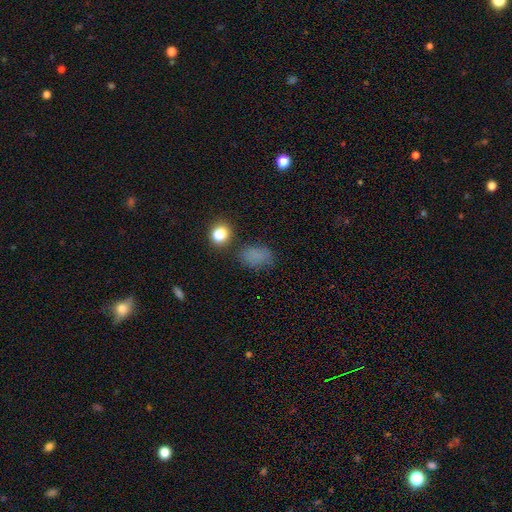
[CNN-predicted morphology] A smooth galaxy with no disk features (76%) that is in between round and cigar-shaped (80%).

Vote fractions:
- Smooth or featured? smooth: 76% / star or artifact: 17% / featured or disk: 6%
- How rounded? in between: 80% / round: 18% / cigar-shaped: 2%
- Merging? none: 69% / minor disturbance: 19% / major disturbance: 7% / merger: 4%